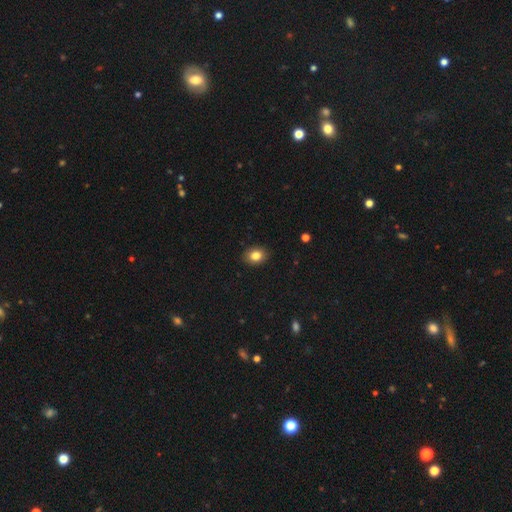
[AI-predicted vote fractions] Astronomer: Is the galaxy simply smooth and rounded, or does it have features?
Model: smooth — 83%.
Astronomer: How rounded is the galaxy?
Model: in between — 57% (runner-up: round, 42%).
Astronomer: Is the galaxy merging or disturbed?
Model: none — 90%.